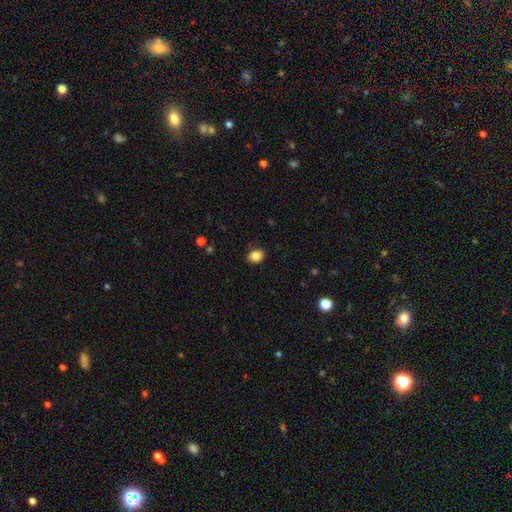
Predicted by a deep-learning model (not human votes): Smooth or featured: smooth — 85% (star or artifact — 10%)
How rounded: in between — 51% (round — 49%)
Merging: none — 86% (minor disturbance — 10%)